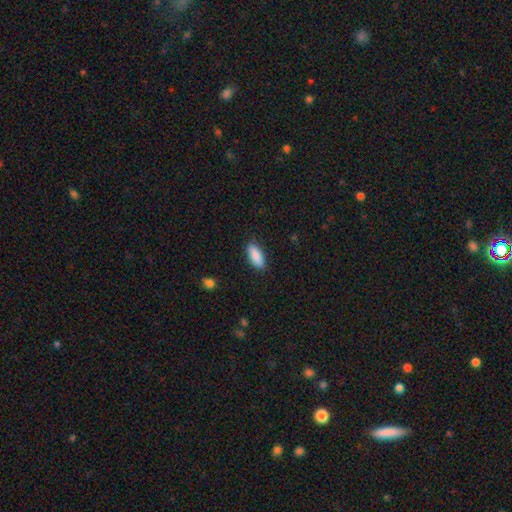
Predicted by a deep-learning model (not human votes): This appears to be a smooth galaxy with no disk features (88%) that is in between round and cigar-shaped (79%). Merging: none (86%).